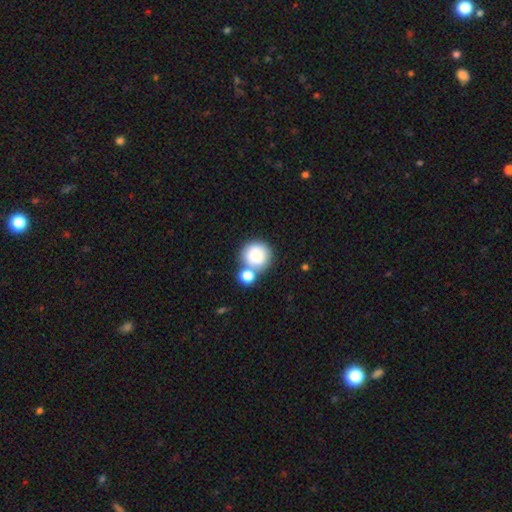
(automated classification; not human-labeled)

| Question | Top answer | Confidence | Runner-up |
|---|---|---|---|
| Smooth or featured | smooth | 82% | featured or disk (9%) |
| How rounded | round | 91% | in between (8%) |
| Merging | none | 54% | merger (32%) |